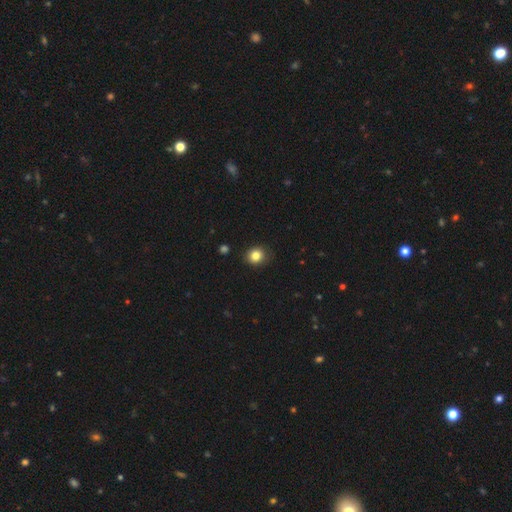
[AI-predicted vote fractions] Morphology: type=smooth (83%); roundness=round (78%); merging=none (85%).